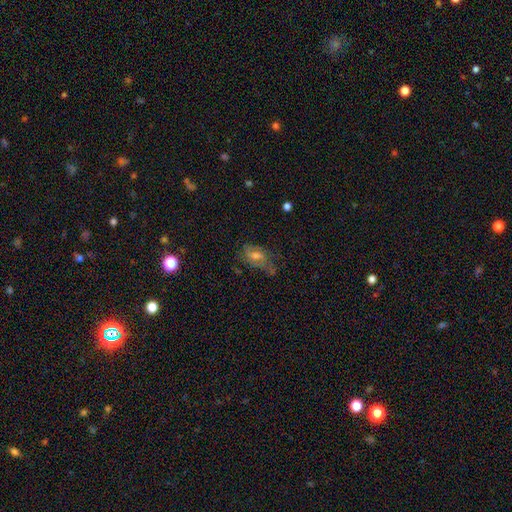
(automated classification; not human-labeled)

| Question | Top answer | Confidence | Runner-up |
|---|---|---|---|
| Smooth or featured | featured or disk | 50% | smooth (32%) |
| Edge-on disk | no | 90% | yes (10%) |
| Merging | none | 53% | minor disturbance (27%) |